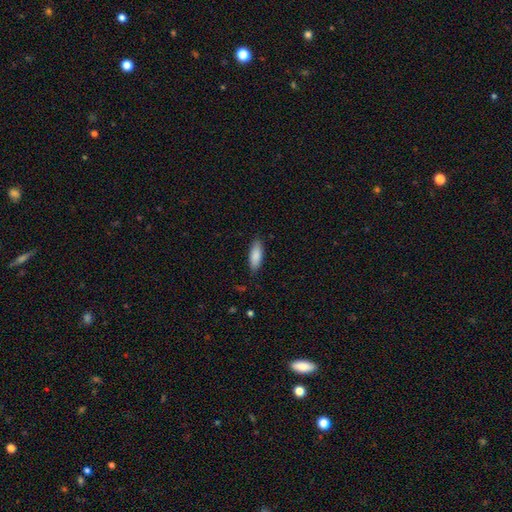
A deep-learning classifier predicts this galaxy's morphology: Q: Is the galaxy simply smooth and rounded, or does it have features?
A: smooth — 88%.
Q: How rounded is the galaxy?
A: in between — 70%.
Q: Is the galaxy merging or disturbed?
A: none — 85%.